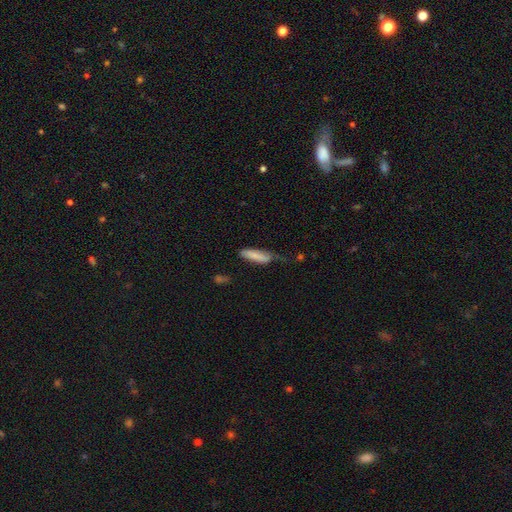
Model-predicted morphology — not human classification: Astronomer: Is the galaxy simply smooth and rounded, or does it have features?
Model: smooth — 80%.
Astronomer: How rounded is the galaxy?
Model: cigar-shaped — 67%.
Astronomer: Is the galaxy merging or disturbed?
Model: none — 45% (runner-up: minor disturbance, 37%).